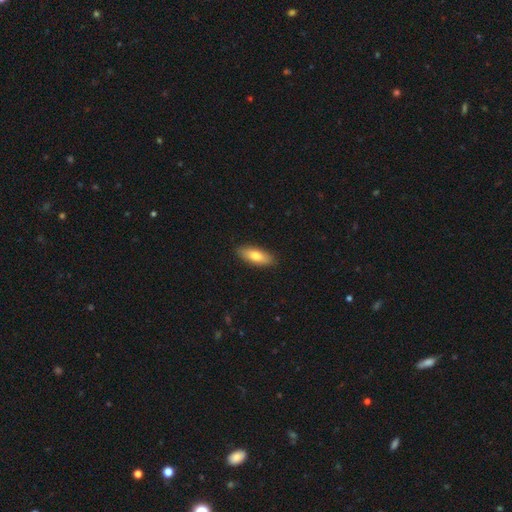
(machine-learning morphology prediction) This is likely a smooth galaxy (77%). How rounded: likely in between (70%). Merging: clearly none (89%).